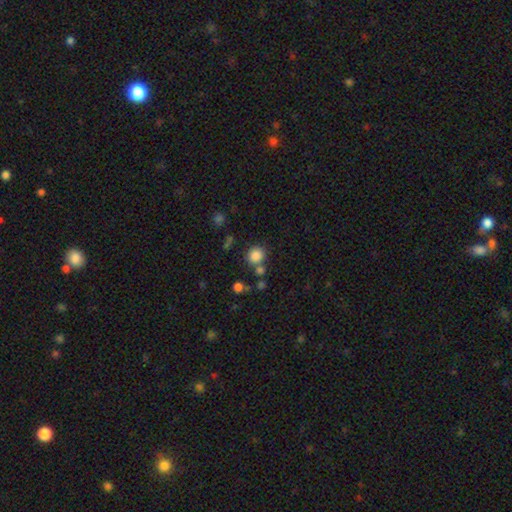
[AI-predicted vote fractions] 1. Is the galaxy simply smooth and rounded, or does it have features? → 84% smooth, 11% star or artifact, 5% featured or disk.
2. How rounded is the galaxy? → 86% round, 13% in between, 1% cigar-shaped.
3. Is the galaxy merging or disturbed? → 72% none, 14% merger, 10% minor disturbance, 4% major disturbance.